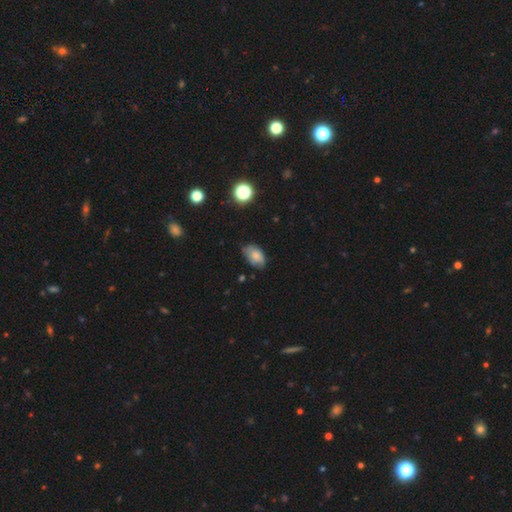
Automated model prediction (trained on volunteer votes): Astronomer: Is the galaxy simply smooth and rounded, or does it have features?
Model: smooth — 75%.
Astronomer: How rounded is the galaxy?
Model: in between — 90%.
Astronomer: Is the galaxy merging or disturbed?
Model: none — 64%.